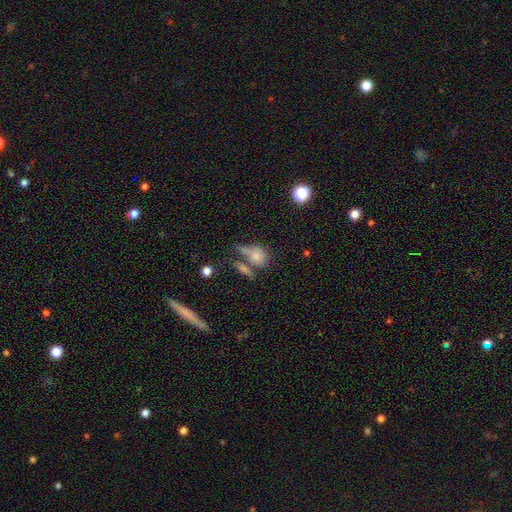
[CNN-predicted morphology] This appears to be a smooth galaxy with no disk features (76%) that is round (49%). Merging: none (38%).